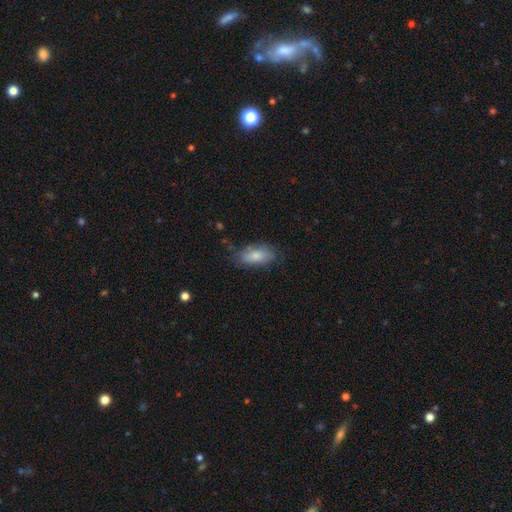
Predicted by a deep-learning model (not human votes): A smooth galaxy with no disk features (80%) that is in between round and cigar-shaped (89%). Merging: none (69%).